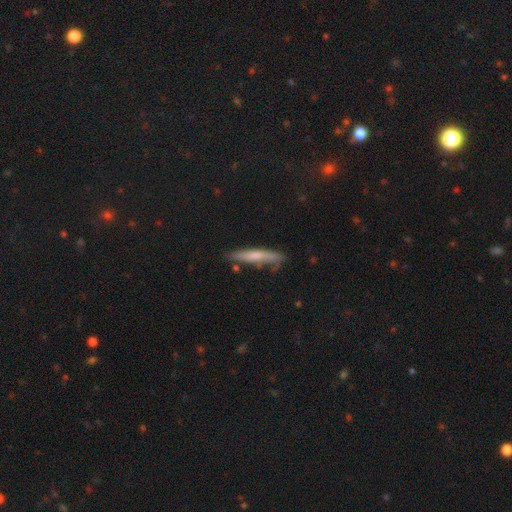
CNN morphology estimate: The model was most divided on "smooth or featured": smooth: 56%, featured or disk: 37%, star or artifact: 7%. More confident: how rounded — cigar-shaped (90%); merging — none (66%).